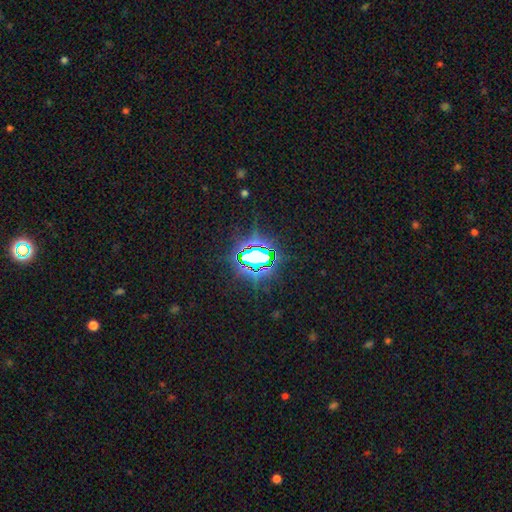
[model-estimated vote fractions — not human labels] Smooth or featured: star or artifact — 85% (smooth — 9%)